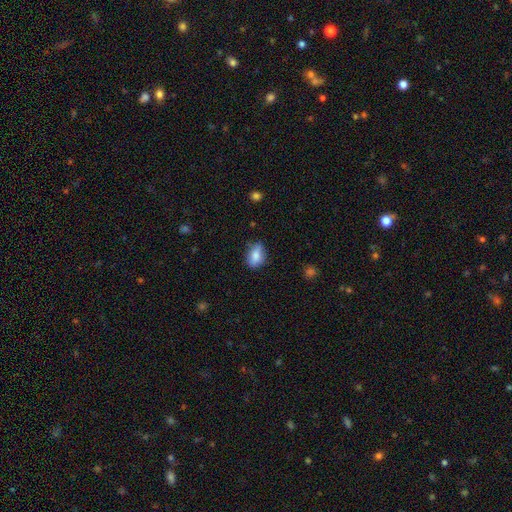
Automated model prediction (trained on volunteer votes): Smooth or featured? Predicted: smooth (p=0.81). How rounded? Predicted: in between (p=0.84). Merging? Predicted: none (p=0.73).